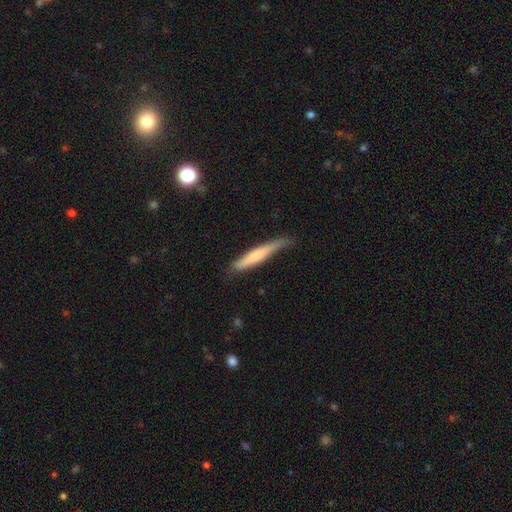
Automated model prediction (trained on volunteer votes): smooth-or-featured: smooth: 66% | featured or disk: 29% | star or artifact: 5%
  how-rounded: cigar-shaped: 94% | in between: 5% | round: 1%
  merging: none: 61% | minor disturbance: 31% | major disturbance: 7% | merger: 2%